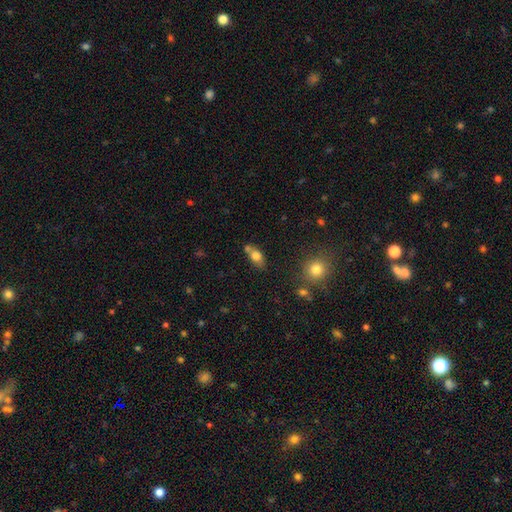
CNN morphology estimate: This appears to be a smooth galaxy with no disk features (74%) that is in between round and cigar-shaped (79%). Merging: none (51%).